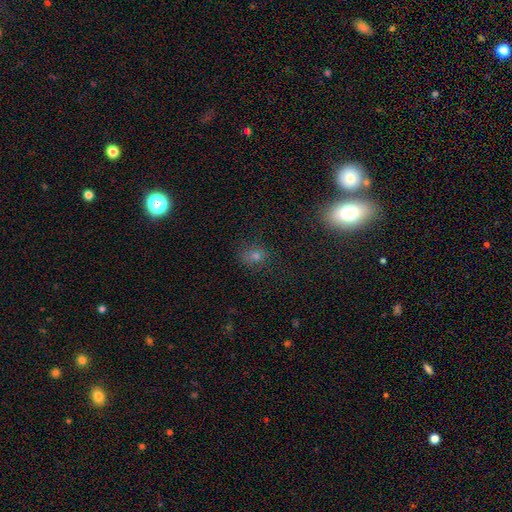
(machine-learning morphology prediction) A smooth galaxy with no disk features (60%) that is round (67%). Merging: none (75%).